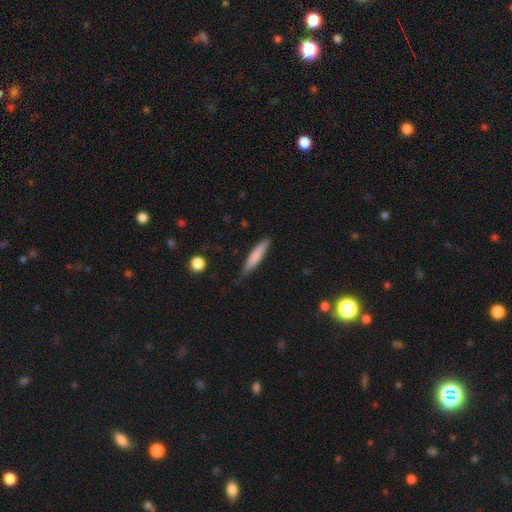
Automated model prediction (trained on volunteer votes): A smooth galaxy with no disk features (77%) that is cigar-shaped (89%). Merging: none (81%).